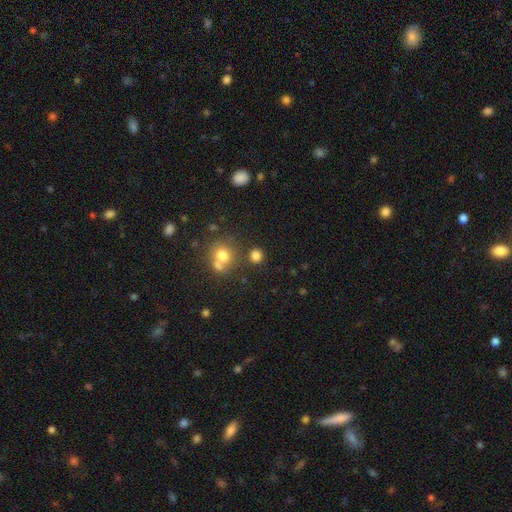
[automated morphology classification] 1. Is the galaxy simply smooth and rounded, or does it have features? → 79% smooth, 14% star or artifact, 7% featured or disk.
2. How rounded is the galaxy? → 86% round, 13% in between, 1% cigar-shaped.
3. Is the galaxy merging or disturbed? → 73% none, 15% merger, 8% minor disturbance, 3% major disturbance.